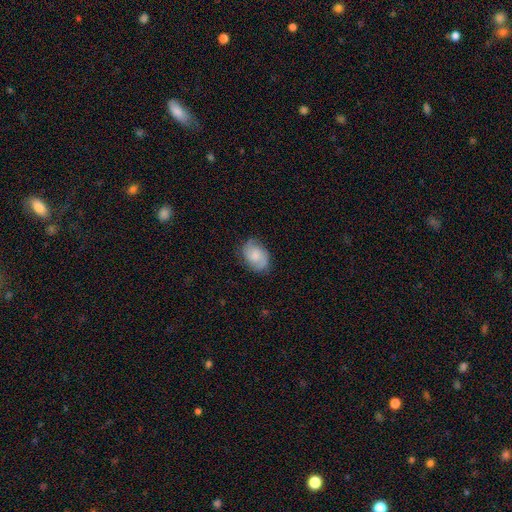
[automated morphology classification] Q: Smooth or featured?
A: featured or disk (54%); runner-up: smooth (39%)
Q: Edge-on disk?
A: no (97%); runner-up: yes (3%)
Q: Bar?
A: no (56%); runner-up: weak (39%)
Q: Spiral arms?
A: yes (90%); runner-up: no (10%)
Q: Bulge size?
A: moderate (36%); runner-up: small (34%)
Q: Merging?
A: none (78%); runner-up: minor disturbance (16%)